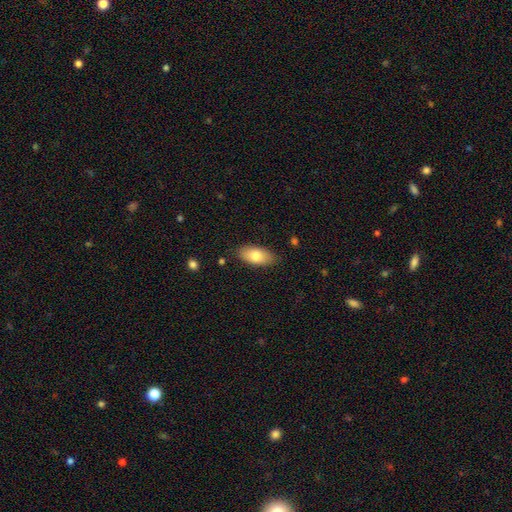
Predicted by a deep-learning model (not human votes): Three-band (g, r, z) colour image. It shows a smooth galaxy with no disk features (77%) that is in between round and cigar-shaped (92%). Merging: none (84%).